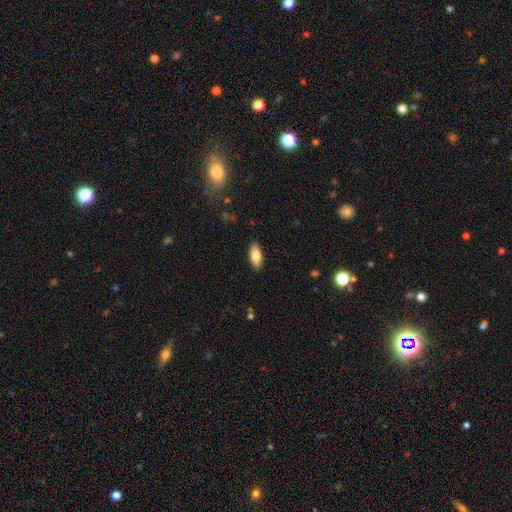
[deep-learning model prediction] This appears to be a smooth galaxy with no disk features (80%) that is in between round and cigar-shaped (86%). Merging: none (89%).